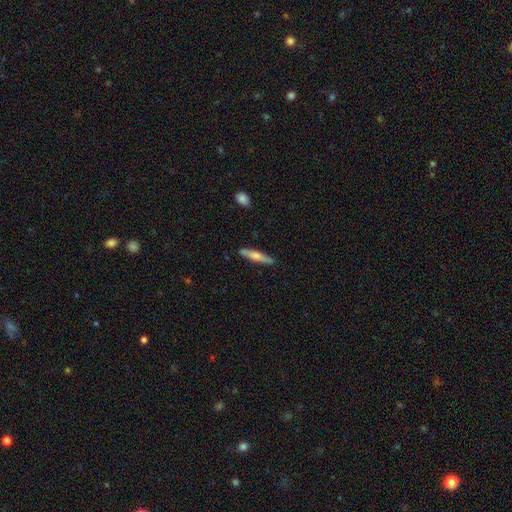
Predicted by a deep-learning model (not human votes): Smooth or featured: smooth — 61% (featured or disk — 33%)
How rounded: cigar-shaped — 88% (in between — 11%)
Merging: none — 87% (minor disturbance — 10%)